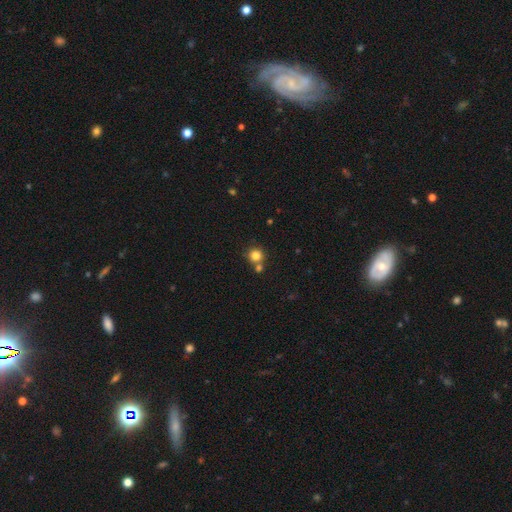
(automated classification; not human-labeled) This appears to be a smooth galaxy with no disk features (82%) that is round (92%). Merging: none (64%).